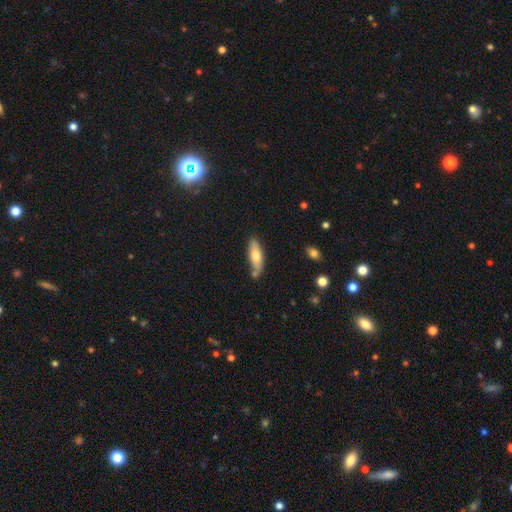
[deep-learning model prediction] smooth_or_featured: smooth (p=0.67) [alt: featured or disk p=0.26]
how_rounded: in between (p=0.53) [alt: cigar-shaped p=0.45]
merging: none (p=0.66) [alt: minor disturbance p=0.19]